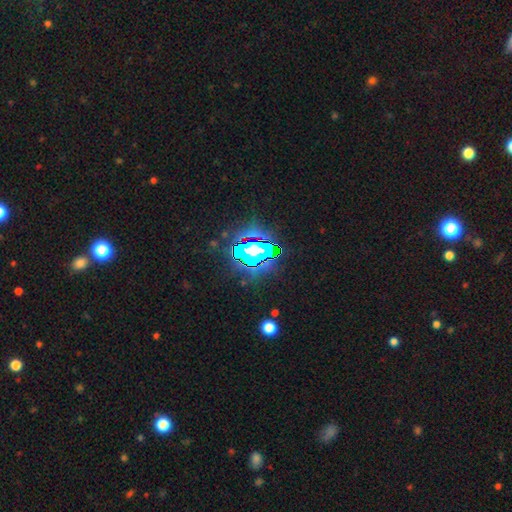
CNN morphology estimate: This is clearly a star or artifact rather than a galaxy (83%).